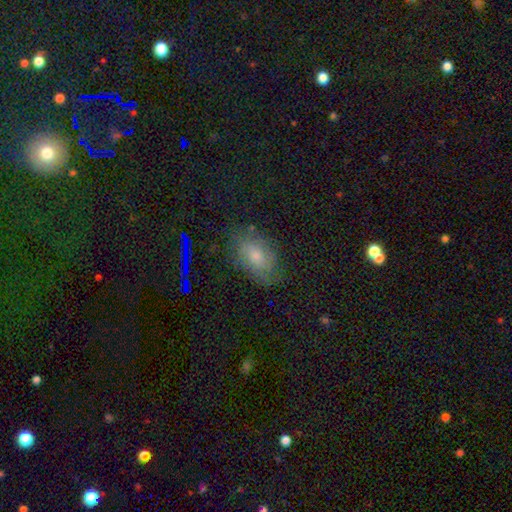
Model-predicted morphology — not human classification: Smooth or featured? Predicted: smooth (p=0.52). How rounded? Predicted: in between (p=0.84). Merging? Predicted: none (p=0.69).